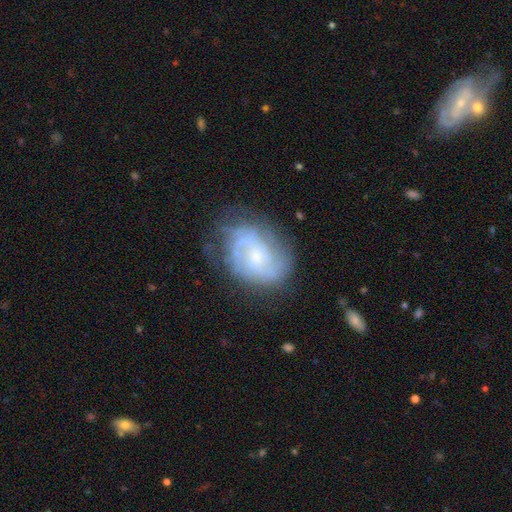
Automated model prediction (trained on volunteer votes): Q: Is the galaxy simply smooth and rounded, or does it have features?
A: featured or disk — 75%.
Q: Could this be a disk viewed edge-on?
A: no — 97%.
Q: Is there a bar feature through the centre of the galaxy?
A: no — 68%.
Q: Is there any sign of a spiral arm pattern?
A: yes — 89%.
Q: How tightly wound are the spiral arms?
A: tight — 51%.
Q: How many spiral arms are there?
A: can't tell — 38%.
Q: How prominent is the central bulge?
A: small — 65%.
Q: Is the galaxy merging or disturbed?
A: none — 64%.